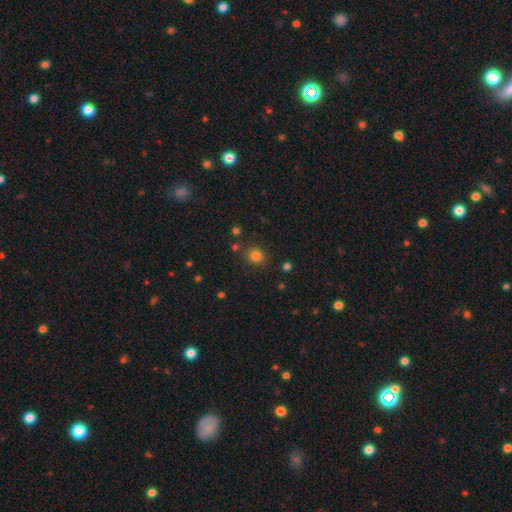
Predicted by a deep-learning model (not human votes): A smooth galaxy with no disk features (79%) that is round (77%).

Vote fractions:
- Smooth or featured? smooth: 79% / star or artifact: 15% / featured or disk: 6%
- How rounded? round: 77% / in between: 22% / cigar-shaped: 1%
- Merging? none: 82% / minor disturbance: 10% / merger: 5% / major disturbance: 3%